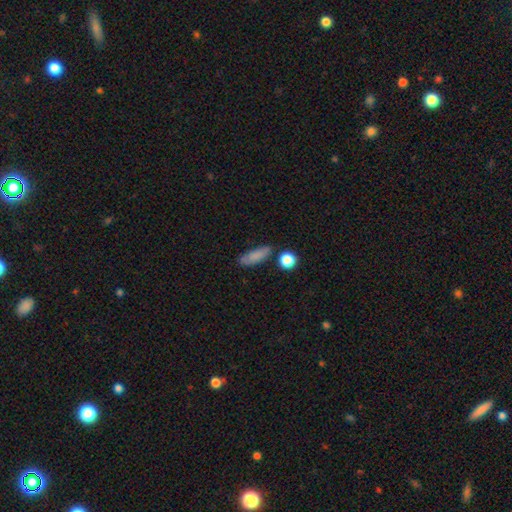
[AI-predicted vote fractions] This is clearly a smooth galaxy (80%). How rounded: possibly in between (56%). Merging: likely none (70%).